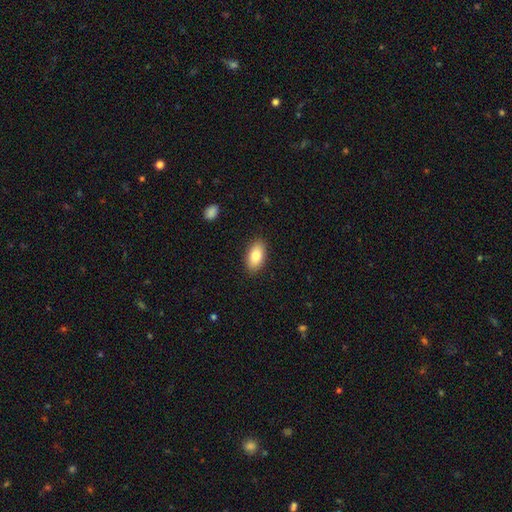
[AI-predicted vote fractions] Overall: smooth (83%). How rounded: in between (93%). Merging: none (89%).